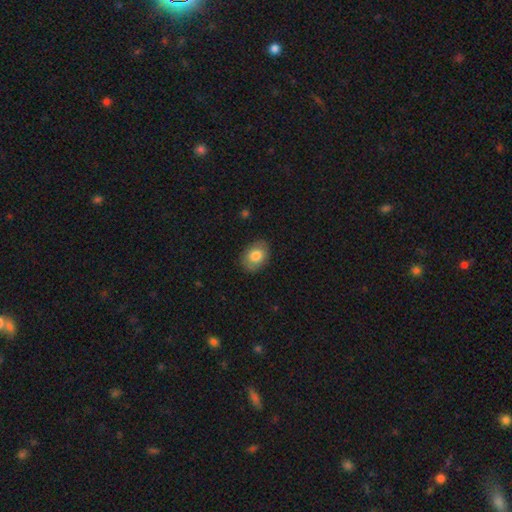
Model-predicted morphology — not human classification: The model was most divided on "how rounded": in between: 75%, round: 24%, cigar-shaped: 1%. More confident: merging — none (83%); smooth or featured — smooth (81%).